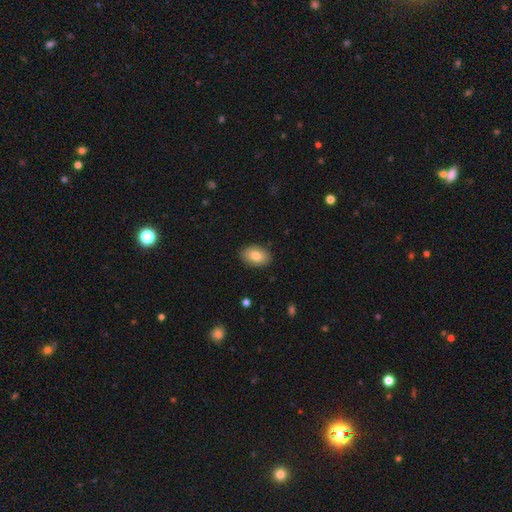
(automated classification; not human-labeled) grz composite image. It shows a smooth galaxy with no disk features (81%) that is in between round and cigar-shaped (87%). Merging: none (88%).